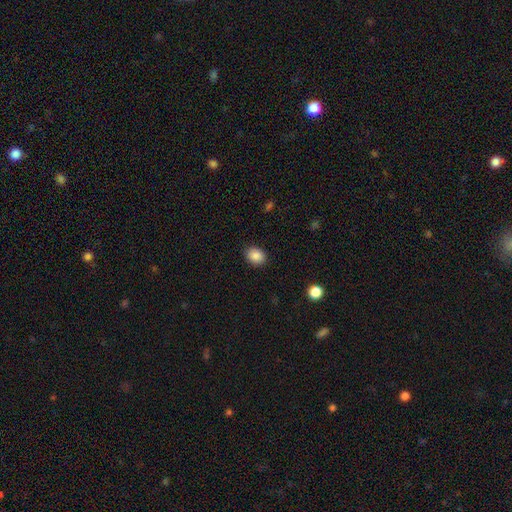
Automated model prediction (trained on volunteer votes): Q: Smooth or featured?
A: smooth (88%); runner-up: star or artifact (9%)
Q: How rounded?
A: in between (59%); runner-up: round (41%)
Q: Merging?
A: none (89%); runner-up: minor disturbance (8%)